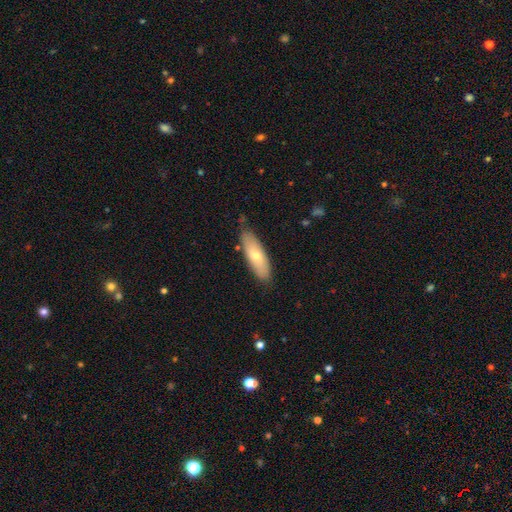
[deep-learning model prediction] This is likely a smooth galaxy (65%). How rounded: possibly in between (55%). Merging: clearly none (80%).